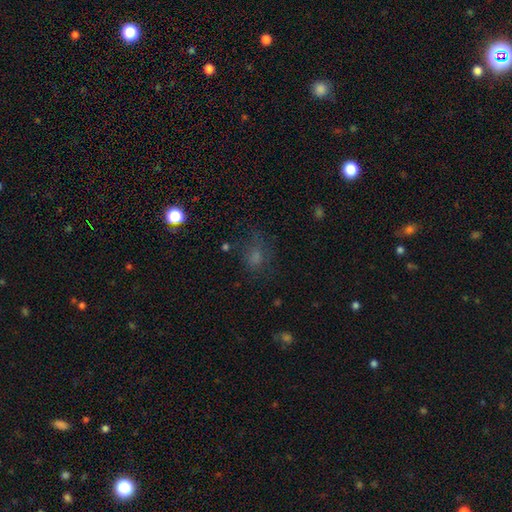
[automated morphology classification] The model was most divided on "how rounded": round: 50%, in between: 48%, cigar-shaped: 2%. More confident: smooth or featured — smooth (59%); merging — none (56%).